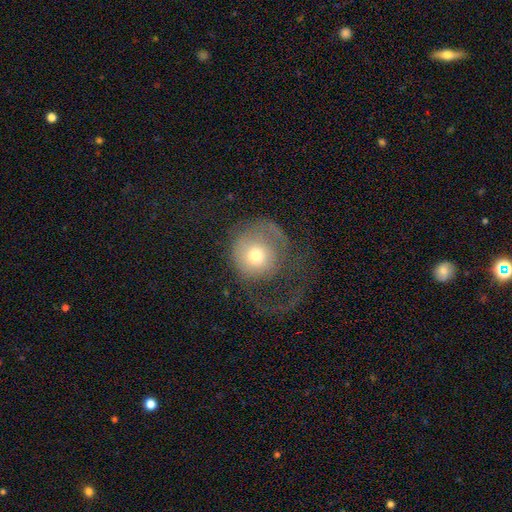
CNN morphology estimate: The model was most divided on "smooth or featured": smooth: 54%, featured or disk: 37%, star or artifact: 9%. More confident: how rounded — round (86%); merging — major disturbance (57%).